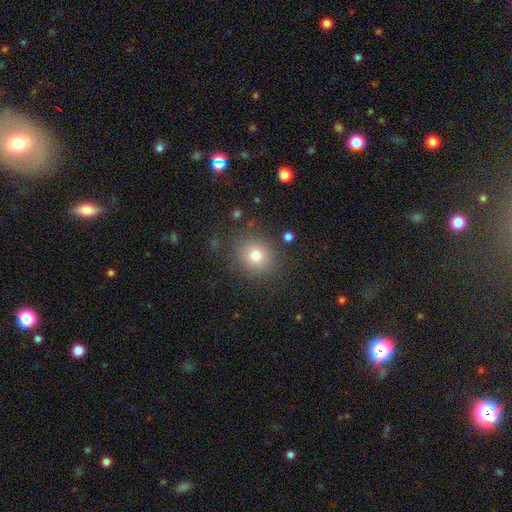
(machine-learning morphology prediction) Smooth or featured? smooth (77%)
How rounded? round (83%)
Merging? none (85%)